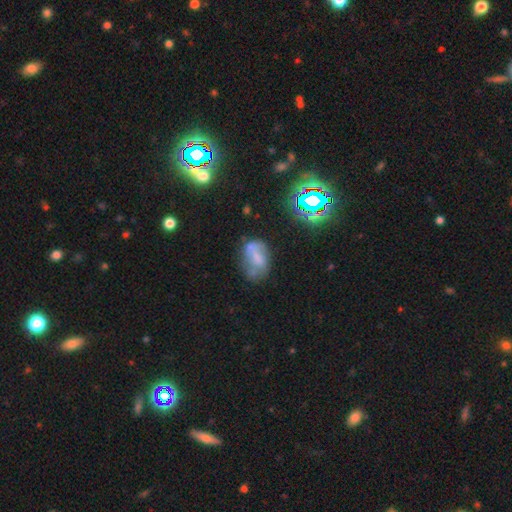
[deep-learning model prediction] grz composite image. It shows a smooth galaxy with no disk features (43%). Merging: none (42%).